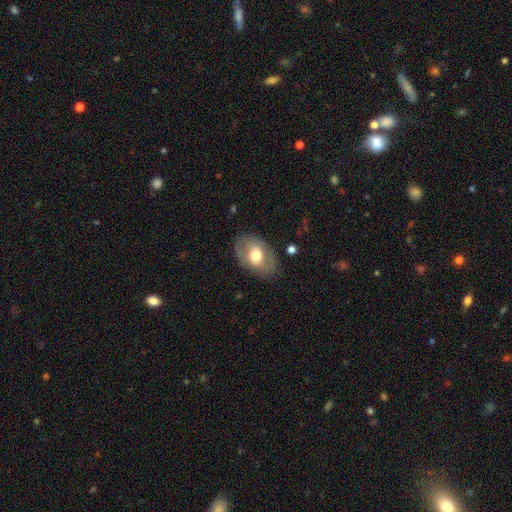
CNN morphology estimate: Smooth or featured: smooth — 52% (featured or disk — 41%)
How rounded: in between — 82% (round — 17%)
Merging: none — 79% (minor disturbance — 14%)